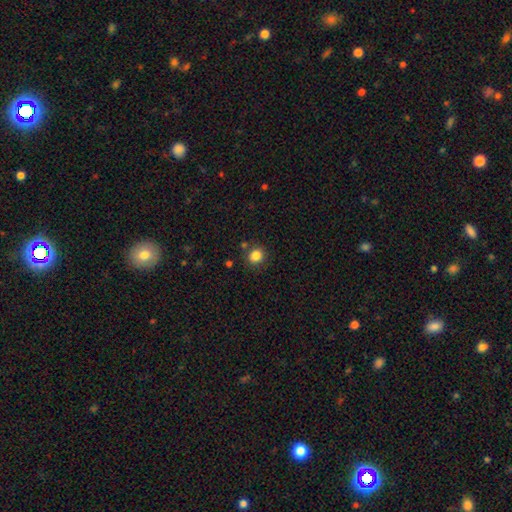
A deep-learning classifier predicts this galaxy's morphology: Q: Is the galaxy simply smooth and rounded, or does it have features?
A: smooth — 84%.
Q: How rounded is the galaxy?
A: round — 83%.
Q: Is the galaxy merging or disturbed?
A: none — 84%.